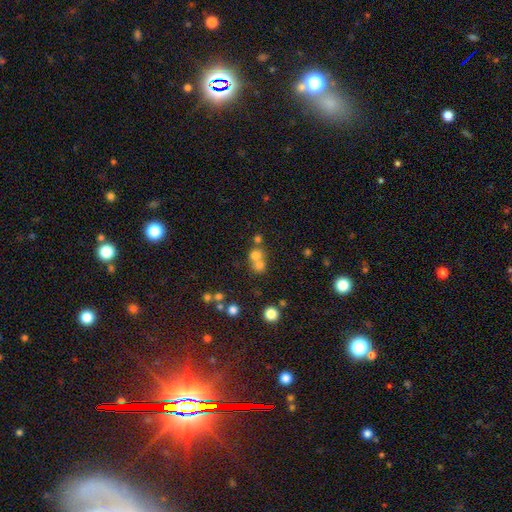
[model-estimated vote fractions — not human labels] Morphology: type=smooth (68%); roundness=round (83%); merging=merger (55%).